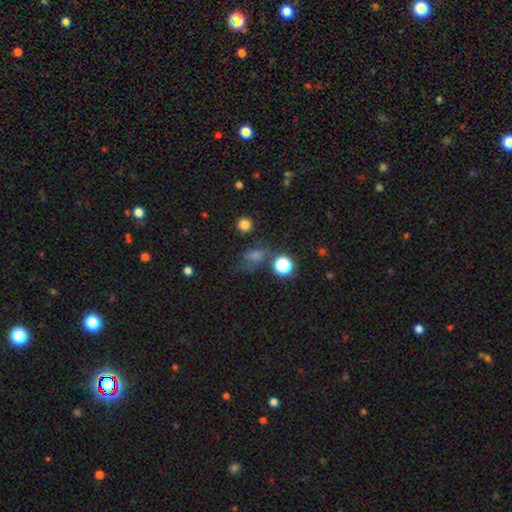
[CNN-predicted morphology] smooth-or-featured: smooth: 47% | star or artifact: 35% | featured or disk: 17%
  merging: none: 51% | minor disturbance: 22% | major disturbance: 19% | merger: 8%